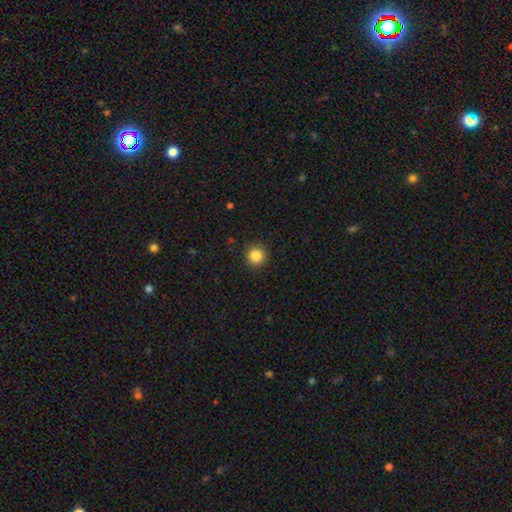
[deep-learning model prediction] A smooth galaxy with no disk features (85%) that is round (94%). Merging: none (91%).